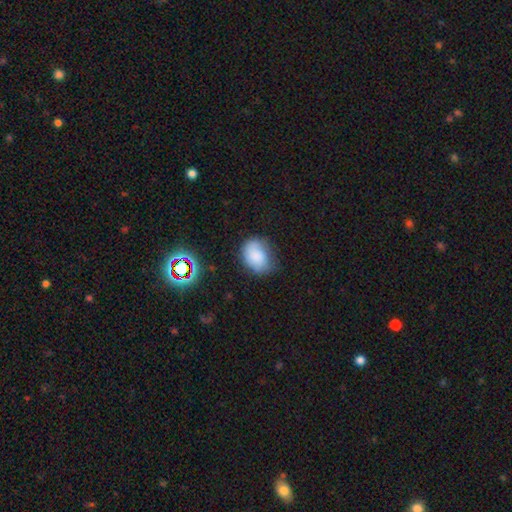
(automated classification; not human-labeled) A smooth galaxy with no disk features (78%) that is in between round and cigar-shaped (64%). Merging: none (55%).